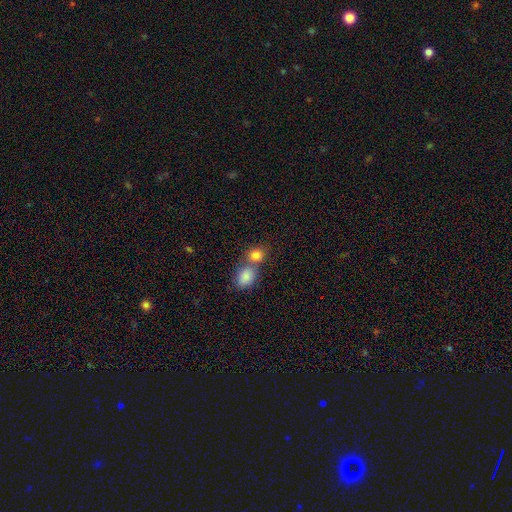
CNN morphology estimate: Smooth or featured?
  - smooth: 83% *
  - star or artifact: 10%
  - featured or disk: 8%
How rounded?
  - round: 64% *
  - in between: 35%
  - cigar-shaped: 1%
Merging?
  - merger: 52% *
  - none: 39%
  - minor disturbance: 7%
  - major disturbance: 3%